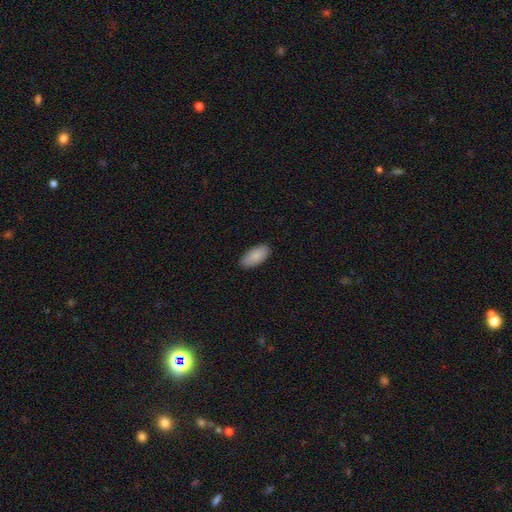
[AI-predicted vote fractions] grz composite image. It shows a smooth galaxy with no disk features (89%) that is in between round and cigar-shaped (92%). Merging: none (87%).